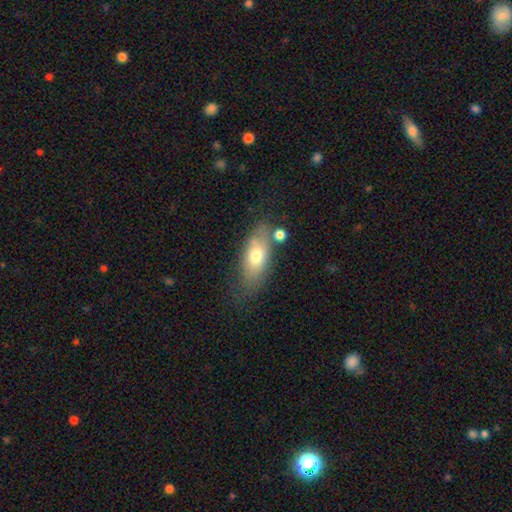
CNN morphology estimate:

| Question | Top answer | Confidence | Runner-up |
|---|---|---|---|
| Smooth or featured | smooth | 69% | featured or disk (23%) |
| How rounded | in between | 80% | cigar-shaped (14%) |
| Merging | none | 61% | minor disturbance (19%) |